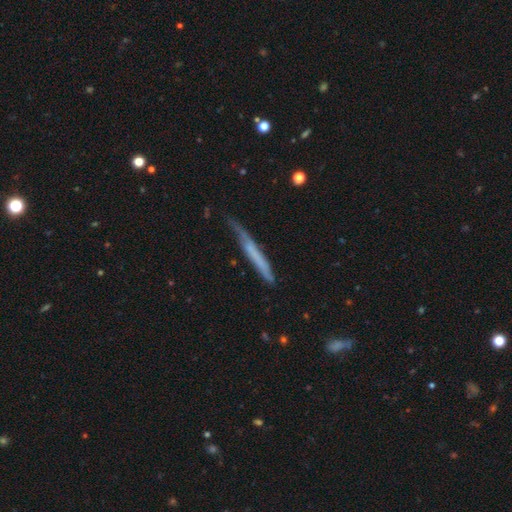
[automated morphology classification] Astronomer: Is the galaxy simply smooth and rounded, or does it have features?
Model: smooth — 50% (runner-up: featured or disk, 43%).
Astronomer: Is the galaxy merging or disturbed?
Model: none — 61%.